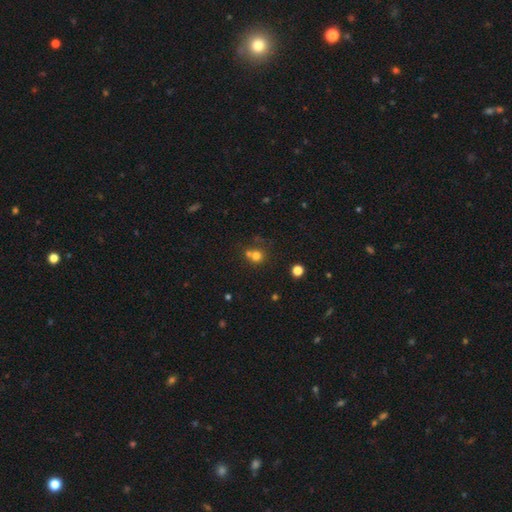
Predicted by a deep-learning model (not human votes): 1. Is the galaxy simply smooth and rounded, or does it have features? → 72% smooth, 17% star or artifact, 11% featured or disk.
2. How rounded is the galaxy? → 87% round, 13% in between, 1% cigar-shaped.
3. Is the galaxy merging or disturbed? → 52% none, 36% merger, 8% minor disturbance, 4% major disturbance.